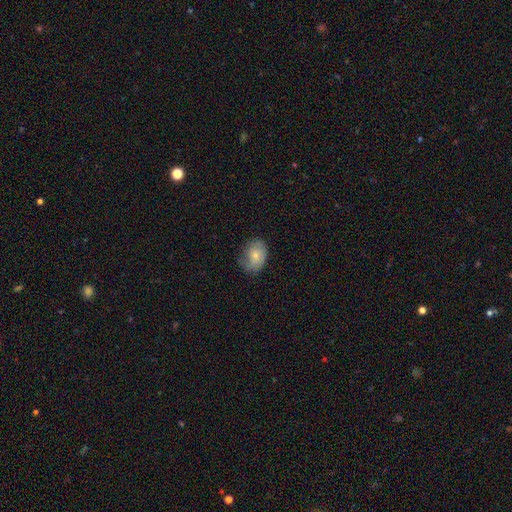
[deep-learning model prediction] A smooth galaxy with no disk features (68%) that is in between round and cigar-shaped (68%). Merging: none (60%).